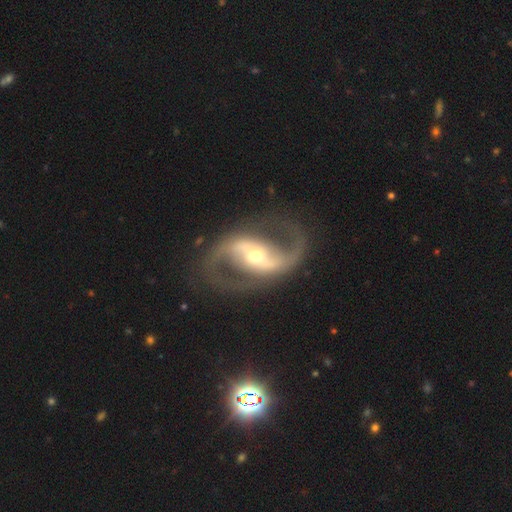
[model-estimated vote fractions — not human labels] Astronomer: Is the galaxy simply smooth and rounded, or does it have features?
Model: featured or disk — 91%.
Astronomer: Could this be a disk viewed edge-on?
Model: no — 97%.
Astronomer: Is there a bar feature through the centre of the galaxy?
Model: strong — 54%.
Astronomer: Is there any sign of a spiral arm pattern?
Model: yes — 95%.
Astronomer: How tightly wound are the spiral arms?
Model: medium — 49% (runner-up: loose, 41%).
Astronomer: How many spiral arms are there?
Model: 2 — 94%.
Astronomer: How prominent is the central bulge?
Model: moderate — 59%.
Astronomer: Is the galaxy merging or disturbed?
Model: none — 82%.